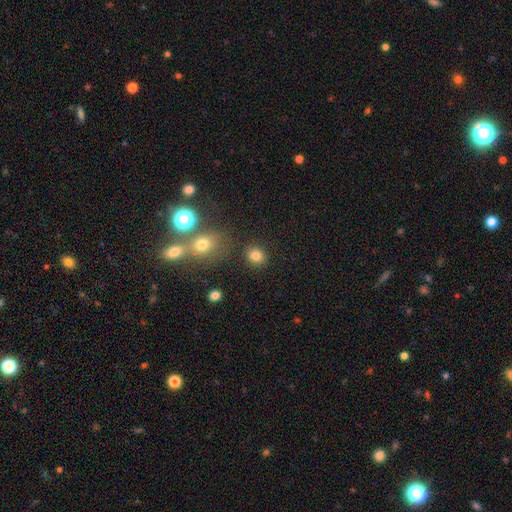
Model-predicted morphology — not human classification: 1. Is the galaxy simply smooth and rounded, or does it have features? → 82% smooth, 12% star or artifact, 6% featured or disk.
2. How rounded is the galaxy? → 70% round, 29% in between, 1% cigar-shaped.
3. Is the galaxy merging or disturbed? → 85% none, 8% minor disturbance, 4% merger, 3% major disturbance.